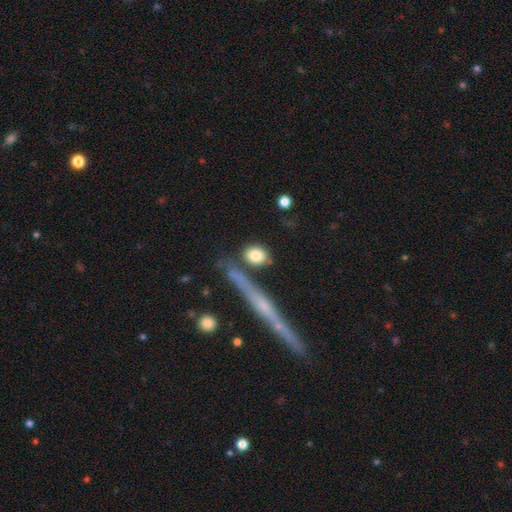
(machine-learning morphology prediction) Smooth or featured? smooth (81%)
How rounded? round (53%)
Merging? none (72%)